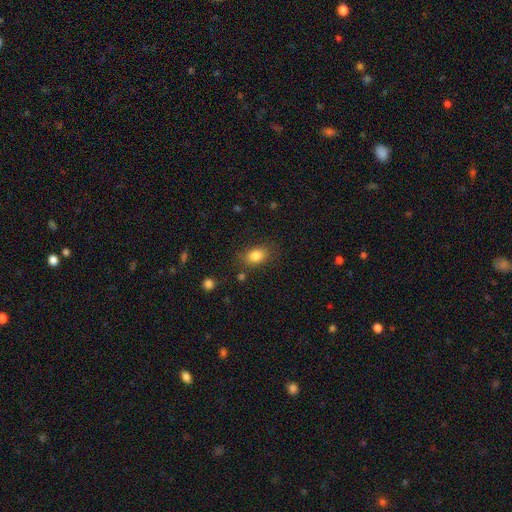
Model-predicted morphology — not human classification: Smooth or featured?
  - smooth: 84% *
  - star or artifact: 9%
  - featured or disk: 7%
How rounded?
  - in between: 78% *
  - round: 20%
  - cigar-shaped: 2%
Merging?
  - none: 78% *
  - minor disturbance: 14%
  - major disturbance: 5%
  - merger: 3%